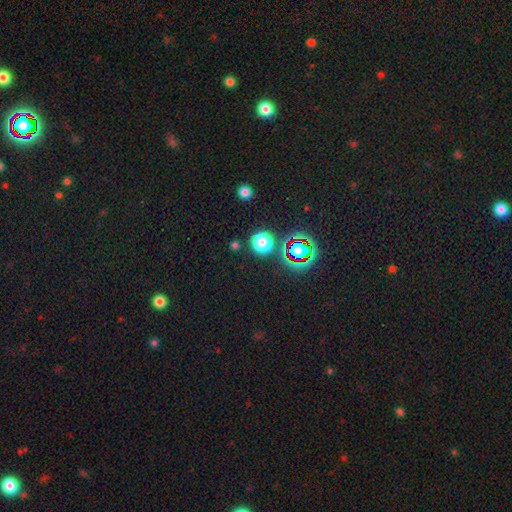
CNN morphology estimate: Smooth or featured? Predicted: star or artifact (p=0.76).